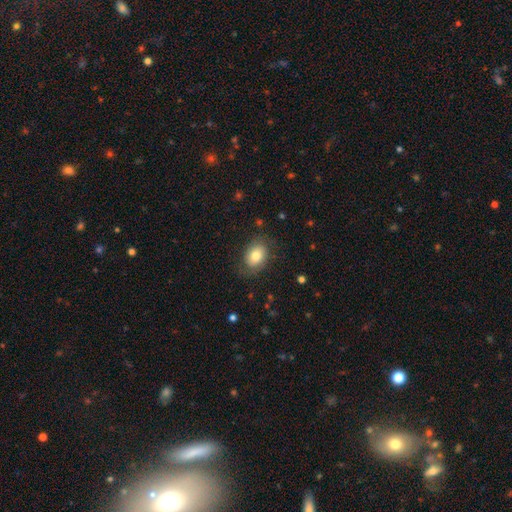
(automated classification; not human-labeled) Smooth or featured: smooth — 72% (featured or disk — 19%)
How rounded: in between — 70% (round — 29%)
Merging: none — 75% (minor disturbance — 17%)